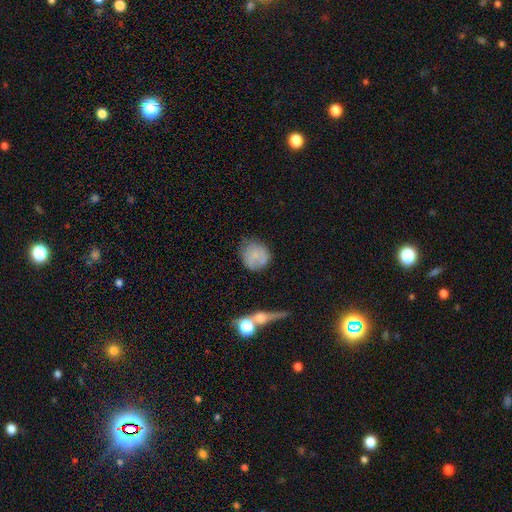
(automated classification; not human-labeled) Q: Smooth or featured?
A: smooth (72%); runner-up: featured or disk (19%)
Q: How rounded?
A: round (86%); runner-up: in between (12%)
Q: Merging?
A: none (59%); runner-up: minor disturbance (25%)